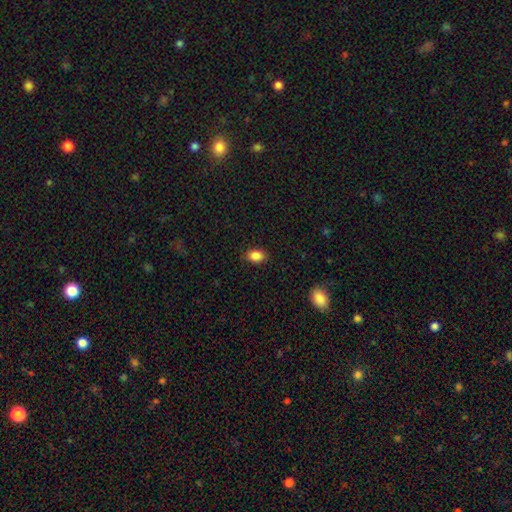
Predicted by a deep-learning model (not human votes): smooth_or_featured: smooth (p=0.87) [alt: star or artifact p=0.09]
how_rounded: in between (p=0.82) [alt: round p=0.17]
merging: none (p=0.87) [alt: minor disturbance p=0.10]